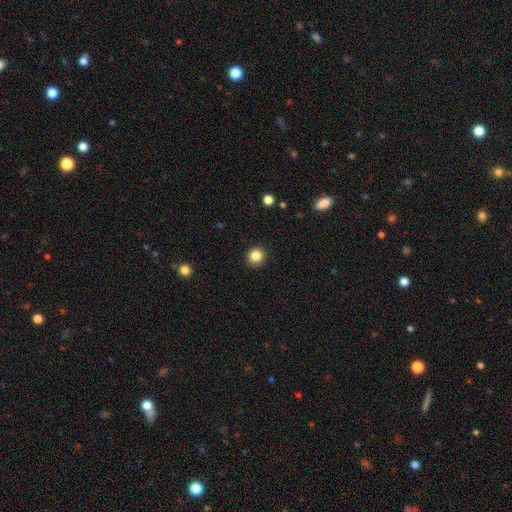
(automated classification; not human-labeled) This is clearly a smooth galaxy (85%). How rounded: clearly round (92%). Merging: clearly none (91%).